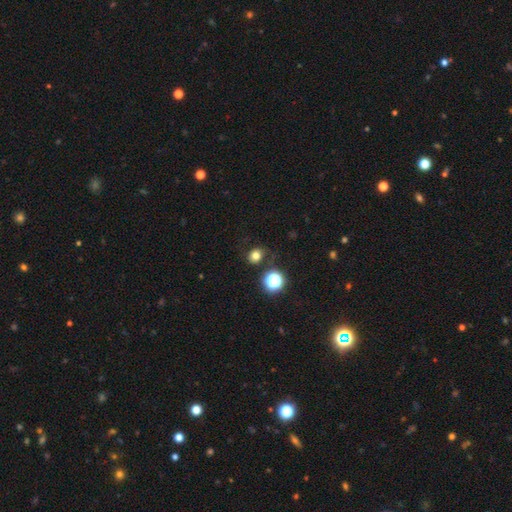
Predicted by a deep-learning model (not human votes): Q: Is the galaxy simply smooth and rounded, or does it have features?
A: smooth — 75%.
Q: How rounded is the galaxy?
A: round — 71%.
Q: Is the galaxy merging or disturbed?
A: none — 78%.